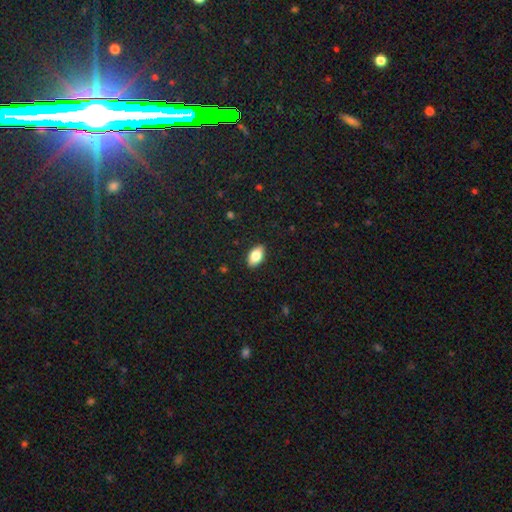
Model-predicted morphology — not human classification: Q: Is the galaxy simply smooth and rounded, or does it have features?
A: smooth — 83%.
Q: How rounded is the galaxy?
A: in between — 92%.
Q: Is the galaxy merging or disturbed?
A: none — 89%.